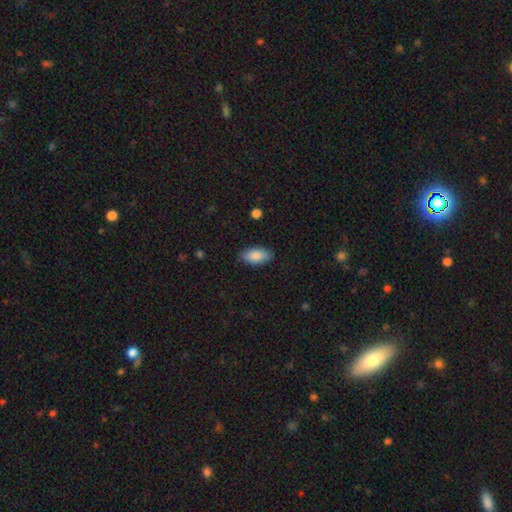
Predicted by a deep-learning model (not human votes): Smooth or featured?
  - smooth: 86% *
  - featured or disk: 8%
  - star or artifact: 6%
How rounded?
  - in between: 91% *
  - cigar-shaped: 7%
  - round: 2%
Merging?
  - none: 85% *
  - minor disturbance: 12%
  - major disturbance: 2%
  - merger: 1%